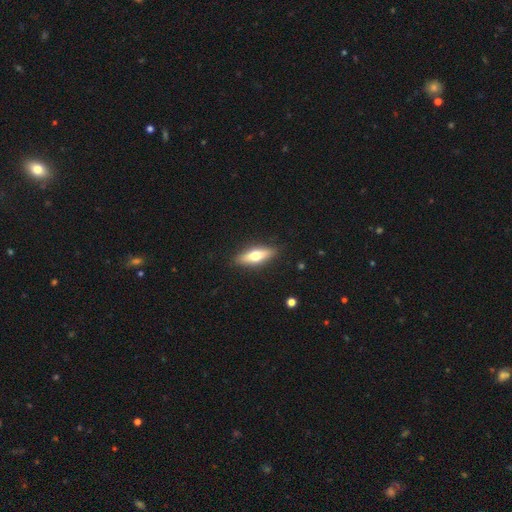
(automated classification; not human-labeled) A smooth galaxy with no disk features (57%) that is cigar-shaped (49%).

Vote fractions:
- Smooth or featured? smooth: 57% / featured or disk: 37% / star or artifact: 6%
- How rounded? cigar-shaped: 49% / in between: 48% / round: 3%
- Merging? none: 88% / minor disturbance: 9% / major disturbance: 2% / merger: 1%